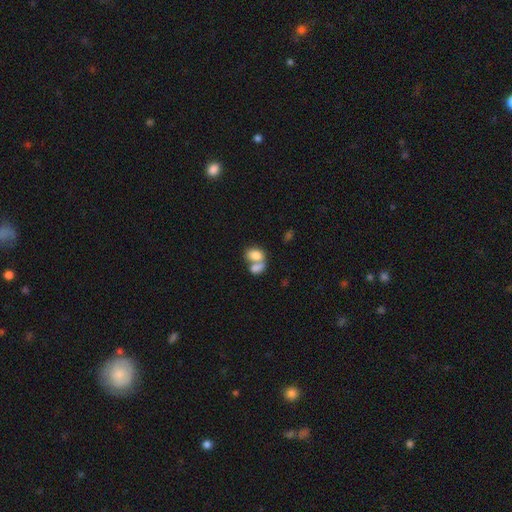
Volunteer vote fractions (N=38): Smooth or featured?
  - smooth: 87% *
  - featured or disk: 11%
  - star or artifact: 3%
How rounded?
  - in between: 79% *
  - round: 18%
  - cigar-shaped: 3%
Merging?
  - merger: 51% *
  - none: 41%
  - major disturbance: 5%
  - minor disturbance: 3%